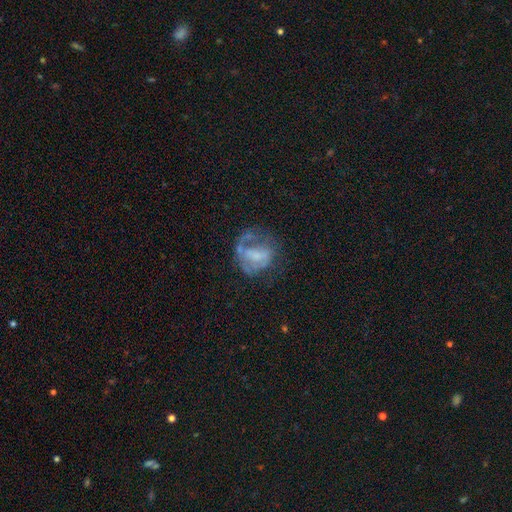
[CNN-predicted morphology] smooth-or-featured: featured or disk: 60% | smooth: 29% | star or artifact: 11%
  disk-edge-on: no: 97% | yes: 3%
    bar: no: 56% | weak: 33% | strong: 11%
    has-spiral-arms: no: 58% | yes: 42%
    bulge-size: none: 35% | small: 32% | moderate: 26% | large: 6% | dominant: 1%
  merging: major disturbance: 38% | none: 36% | minor disturbance: 21% | merger: 6%